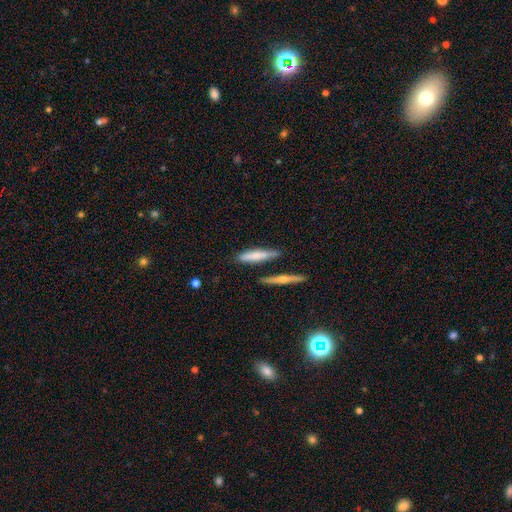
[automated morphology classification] A smooth galaxy with no disk features (66%) that is cigar-shaped (80%).

Vote fractions:
- Smooth or featured? smooth: 66% / featured or disk: 28% / star or artifact: 6%
- How rounded? cigar-shaped: 80% / in between: 18% / round: 2%
- Merging? none: 70% / minor disturbance: 16% / merger: 11% / major disturbance: 4%